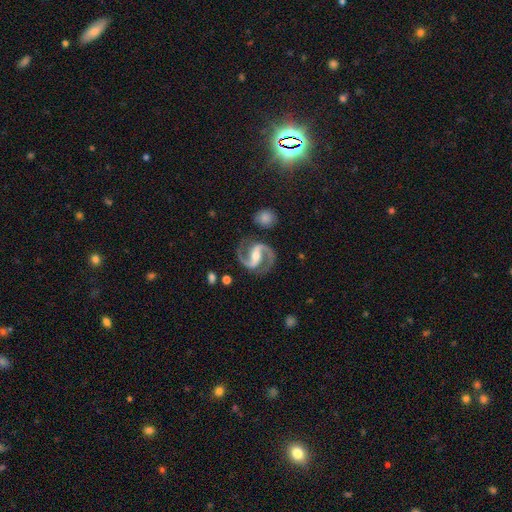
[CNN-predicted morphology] This is clearly a featured or disk galaxy (93%). It is clearly not viewed edge-on (98%). Bar: possibly strong (59%). Spiral arm pattern: clearly yes (98%). Spiral arm count: clearly 2 (95%). Spiral winding: likely medium (65%). Central bulge: possibly moderate (56%). Merging: clearly none (85%).